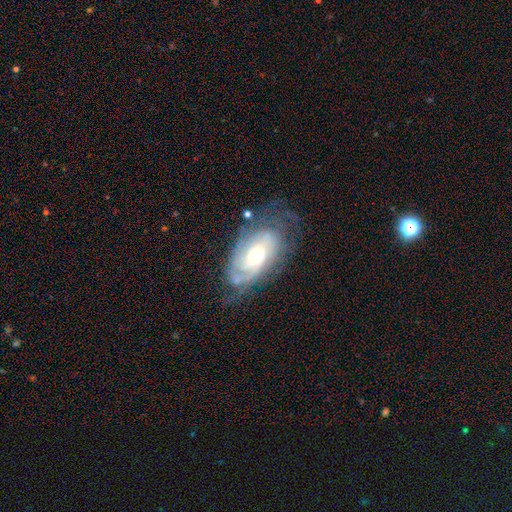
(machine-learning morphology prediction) Smooth or featured? featured or disk (79%)
Edge-on disk? no (94%)
Bar? no (66%)
Spiral arms? yes (91%)
Spiral winding? tight (66%)
Spiral arm count? can't tell (47%)
Bulge size? moderate (53%)
Merging? none (61%)